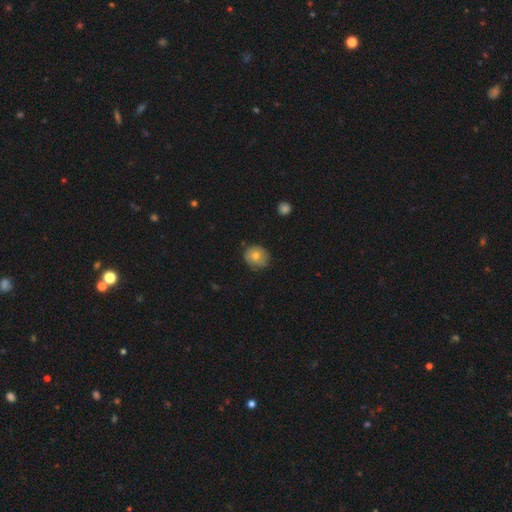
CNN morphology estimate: Smooth or featured: smooth — 72% (featured or disk — 19%)
How rounded: round — 85% (in between — 14%)
Merging: none — 82% (minor disturbance — 14%)